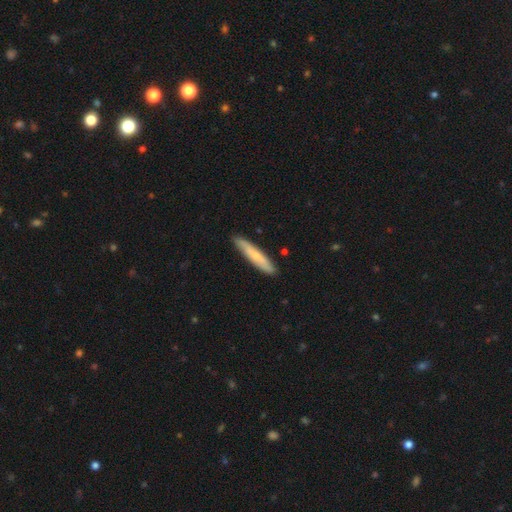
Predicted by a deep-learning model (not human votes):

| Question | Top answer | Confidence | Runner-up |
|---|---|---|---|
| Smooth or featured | smooth | 66% | featured or disk (28%) |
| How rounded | cigar-shaped | 92% | in between (7%) |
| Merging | none | 88% | minor disturbance (9%) |